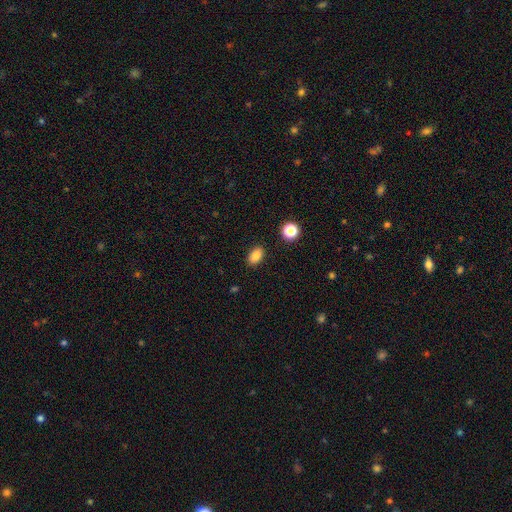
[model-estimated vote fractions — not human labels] Smooth or featured? Predicted: smooth (p=0.85). How rounded? Predicted: in between (p=0.87). Merging? Predicted: none (p=0.88).